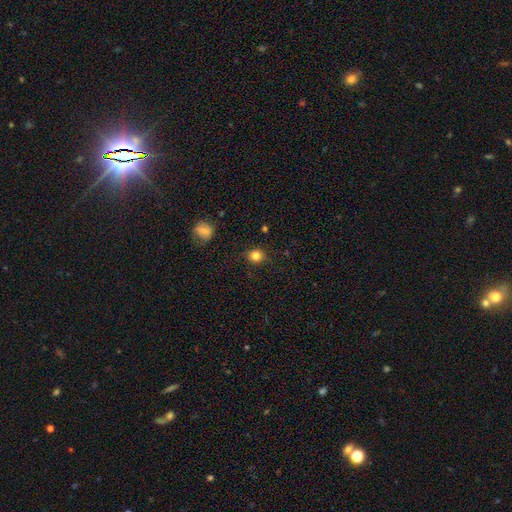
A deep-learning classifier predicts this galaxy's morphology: Q: Smooth or featured?
A: smooth (83%); runner-up: star or artifact (12%)
Q: How rounded?
A: round (85%); runner-up: in between (14%)
Q: Merging?
A: none (86%); runner-up: minor disturbance (10%)